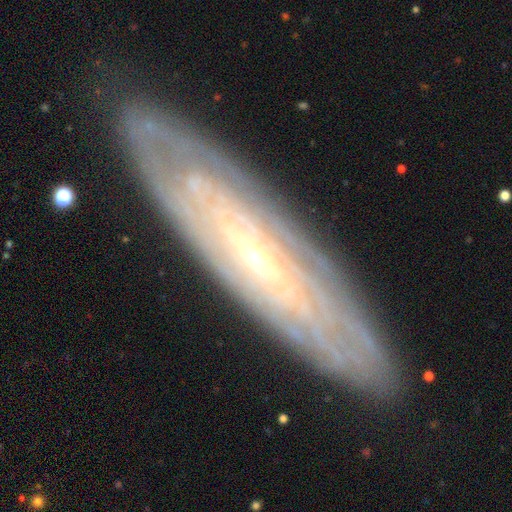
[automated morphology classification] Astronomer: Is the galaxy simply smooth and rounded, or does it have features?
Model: featured or disk — 80%.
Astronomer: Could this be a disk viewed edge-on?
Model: no — 70%.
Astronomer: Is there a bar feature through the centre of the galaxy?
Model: no — 49% (runner-up: weak, 34%).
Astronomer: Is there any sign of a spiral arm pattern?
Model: yes — 87%.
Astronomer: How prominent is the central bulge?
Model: small — 80%.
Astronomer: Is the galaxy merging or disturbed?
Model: none — 86%.